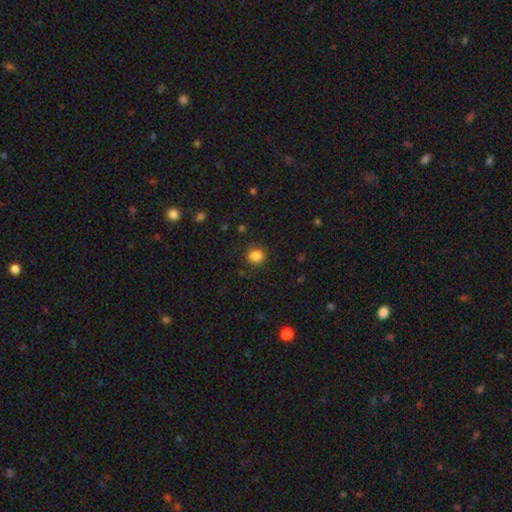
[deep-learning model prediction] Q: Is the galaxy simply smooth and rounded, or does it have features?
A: smooth — 85%.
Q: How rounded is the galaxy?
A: round — 87%.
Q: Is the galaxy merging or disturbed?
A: none — 87%.